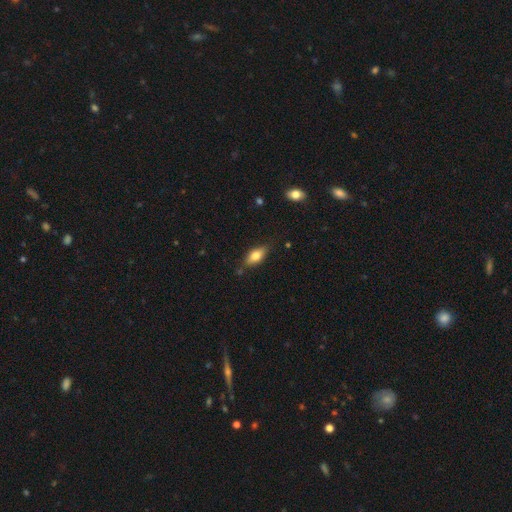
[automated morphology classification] smooth_or_featured: smooth (p=0.73) [alt: featured or disk p=0.19]
how_rounded: in between (p=0.82) [alt: cigar-shaped p=0.15]
merging: none (p=0.79) [alt: minor disturbance p=0.16]